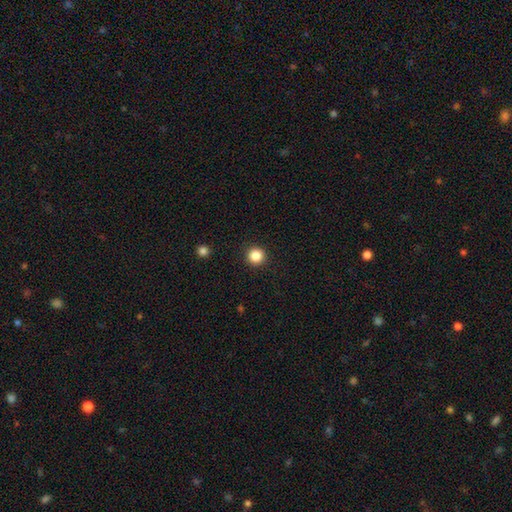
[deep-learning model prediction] A smooth galaxy with no disk features (84%) that is round (95%). Merging: none (93%).